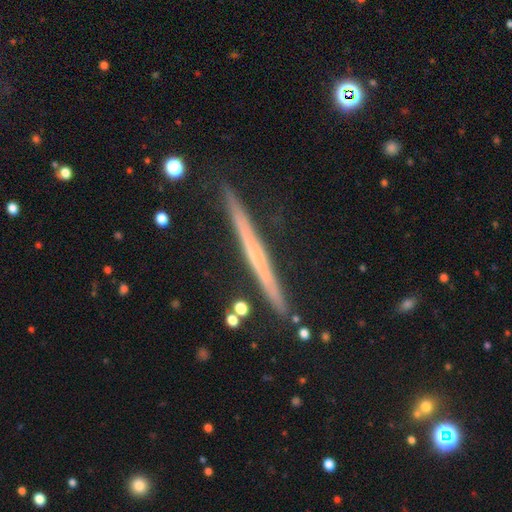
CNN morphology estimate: Q: Smooth or featured?
A: featured or disk (64%); runner-up: smooth (29%)
Q: Edge-on disk?
A: yes (98%); runner-up: no (2%)
Q: Edge-on bulge?
A: none (81%); runner-up: rounded (15%)
Q: Merging?
A: none (89%); runner-up: minor disturbance (8%)